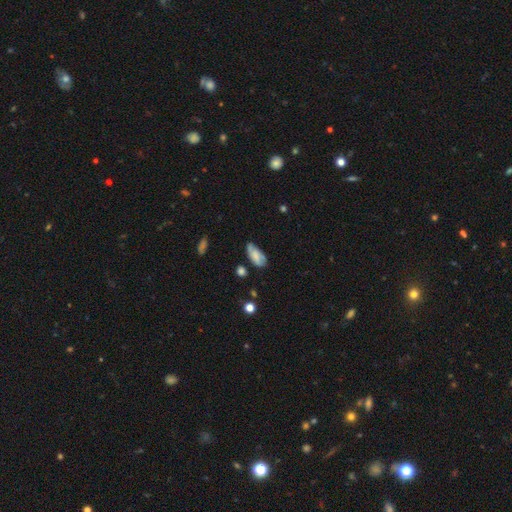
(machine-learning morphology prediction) smooth_or_featured: smooth (p=0.64) [alt: featured or disk p=0.27]
how_rounded: in between (p=0.89) [alt: cigar-shaped p=0.08]
merging: none (p=0.57) [alt: minor disturbance p=0.31]